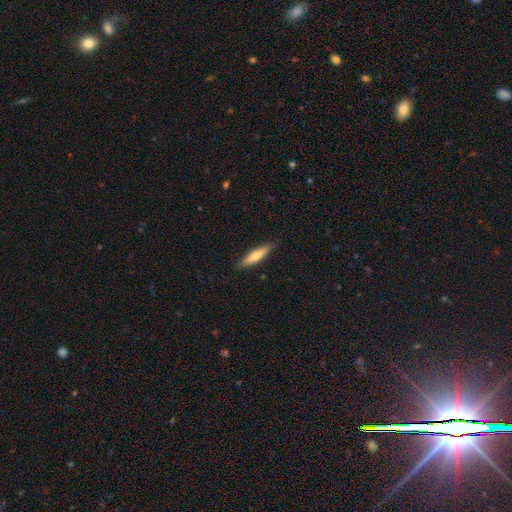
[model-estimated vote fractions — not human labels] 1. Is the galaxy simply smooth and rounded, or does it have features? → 62% smooth, 33% featured or disk, 5% star or artifact.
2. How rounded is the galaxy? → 83% cigar-shaped, 15% in between, 2% round.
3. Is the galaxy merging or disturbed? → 88% none, 9% minor disturbance, 2% major disturbance, 1% merger.